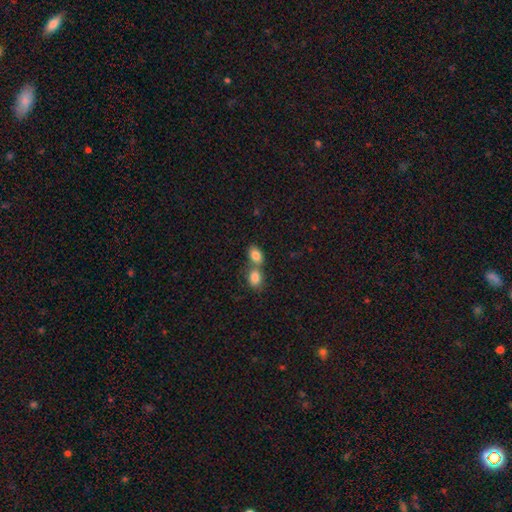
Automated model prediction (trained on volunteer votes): Q: Smooth or featured?
A: smooth (84%); runner-up: star or artifact (9%)
Q: How rounded?
A: in between (80%); runner-up: round (19%)
Q: Merging?
A: merger (57%); runner-up: none (33%)